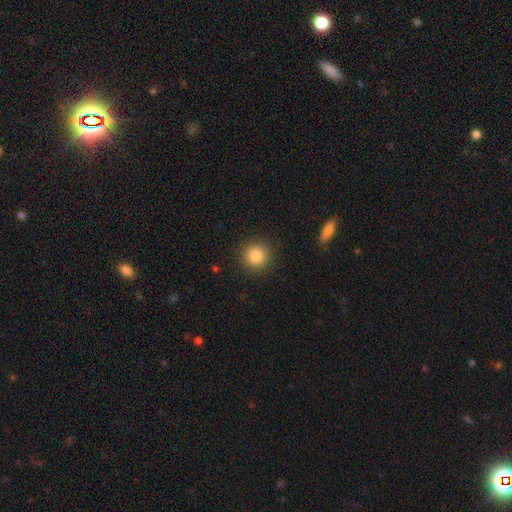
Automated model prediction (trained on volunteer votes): This is clearly a smooth galaxy (83%). How rounded: clearly round (94%). Merging: clearly none (90%).